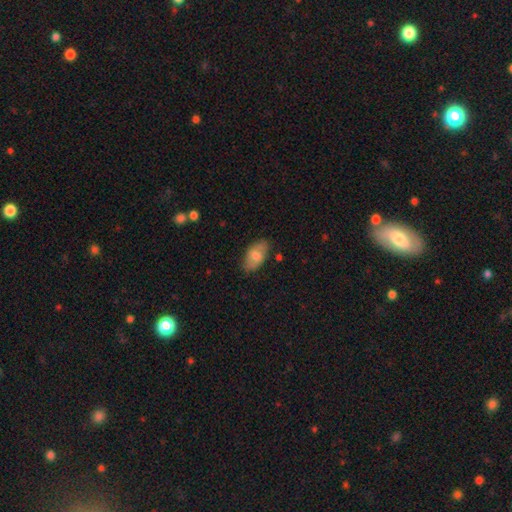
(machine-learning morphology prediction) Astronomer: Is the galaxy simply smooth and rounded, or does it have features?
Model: smooth — 68%.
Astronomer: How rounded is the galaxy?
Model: in between — 93%.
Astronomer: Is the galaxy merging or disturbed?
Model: none — 79%.